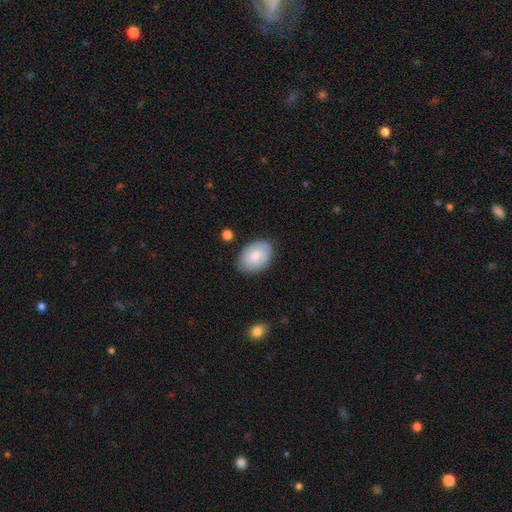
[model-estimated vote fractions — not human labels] This appears to be a smooth galaxy with no disk features (80%) that is in between round and cigar-shaped (80%). Merging: none (81%).